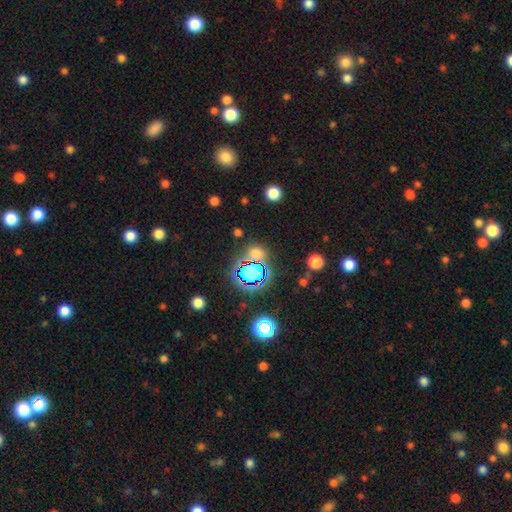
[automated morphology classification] A star or artifact, not a galaxy (64%).